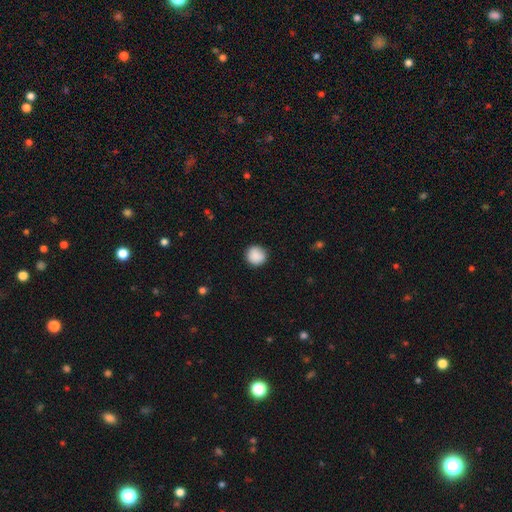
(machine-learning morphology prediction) type=smooth (90%); roundness=round (93%); merging=none (90%).